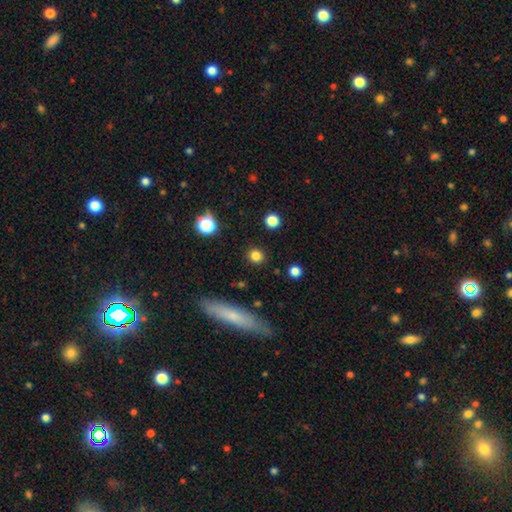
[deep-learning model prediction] smooth-or-featured: smooth: 82% | star or artifact: 13% | featured or disk: 6%
  how-rounded: round: 90% | in between: 9% | cigar-shaped: 2%
  merging: none: 90% | minor disturbance: 6% | major disturbance: 2% | merger: 2%